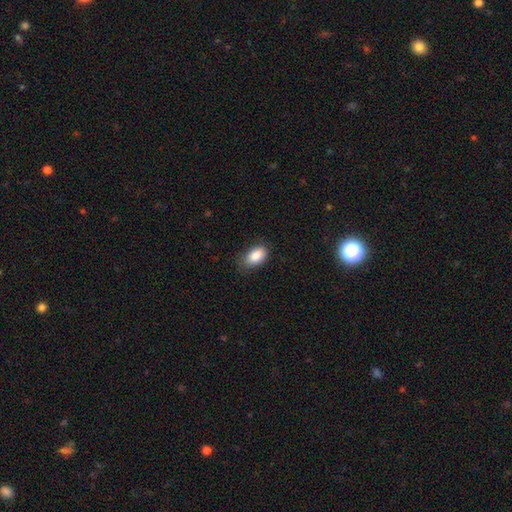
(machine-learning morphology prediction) A smooth galaxy with no disk features (87%) that is in between round and cigar-shaped (91%). Merging: none (72%).